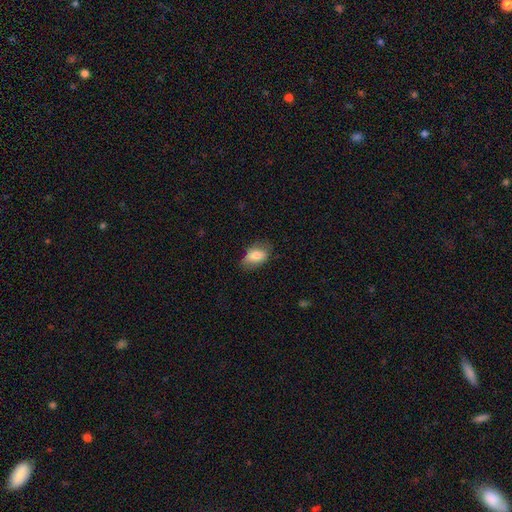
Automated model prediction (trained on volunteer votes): Smooth or featured? Predicted: smooth (p=0.78). How rounded? Predicted: in between (p=0.88). Merging? Predicted: none (p=0.68).